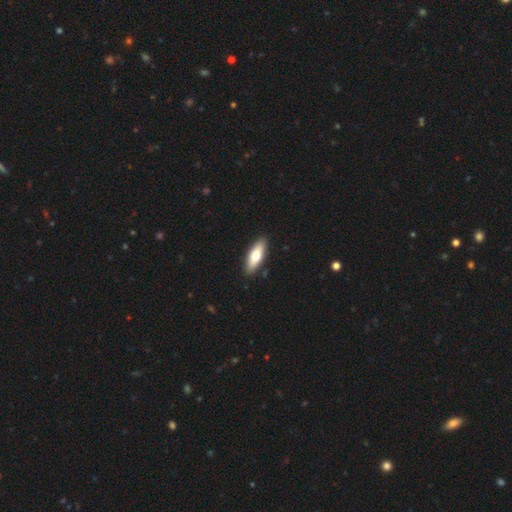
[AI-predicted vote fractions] Smooth or featured: smooth — 65% (featured or disk — 30%)
How rounded: in between — 58% (cigar-shaped — 40%)
Merging: none — 90% (minor disturbance — 7%)